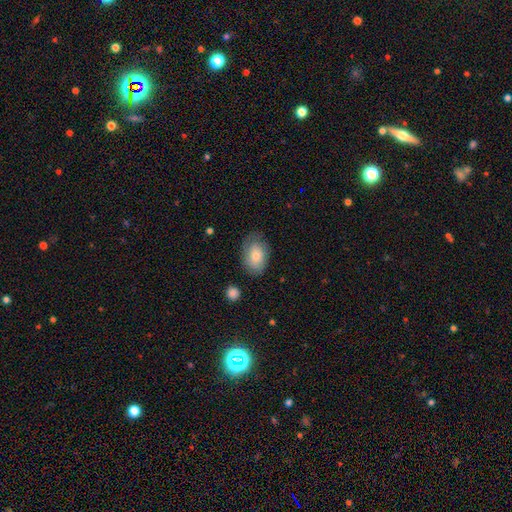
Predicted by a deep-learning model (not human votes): A smooth galaxy with no disk features (63%) that is in between round and cigar-shaped (84%).

Vote fractions:
- Smooth or featured? smooth: 63% / featured or disk: 29% / star or artifact: 8%
- How rounded? in between: 84% / round: 15% / cigar-shaped: 1%
- Merging? none: 67% / minor disturbance: 23% / major disturbance: 8% / merger: 2%